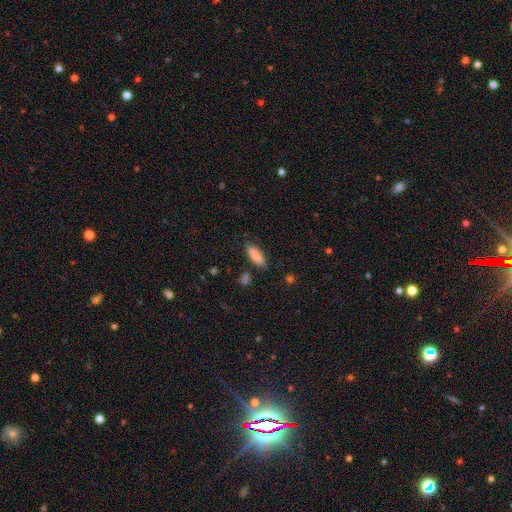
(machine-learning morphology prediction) Smooth or featured? Predicted: smooth (p=0.85). How rounded? Predicted: in between (p=0.68). Merging? Predicted: none (p=0.83).